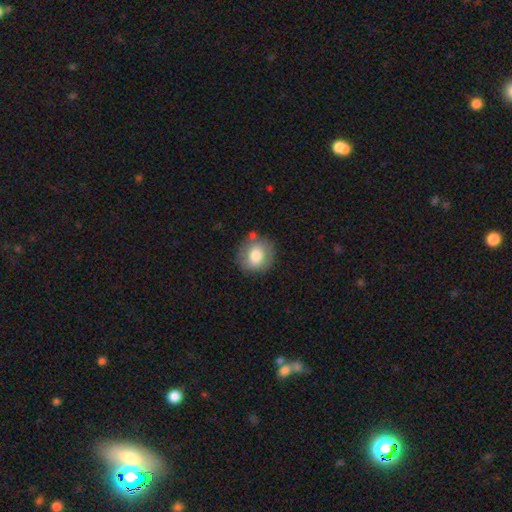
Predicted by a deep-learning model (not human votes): Smooth or featured? Predicted: smooth (p=0.73). How rounded? Predicted: round (p=0.83). Merging? Predicted: none (p=0.76).